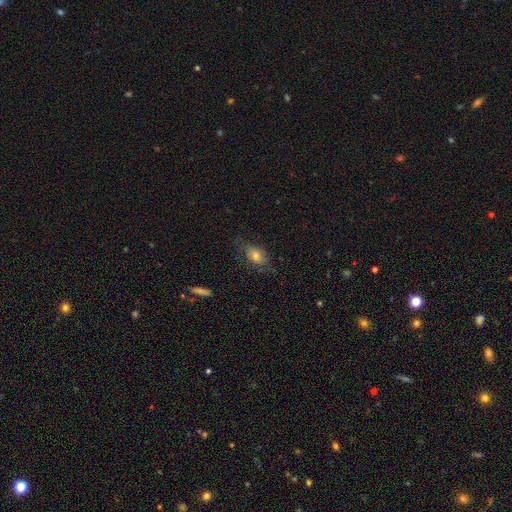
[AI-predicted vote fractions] Morphology: type=smooth (59%); roundness=in between (78%); merging=none (60%).